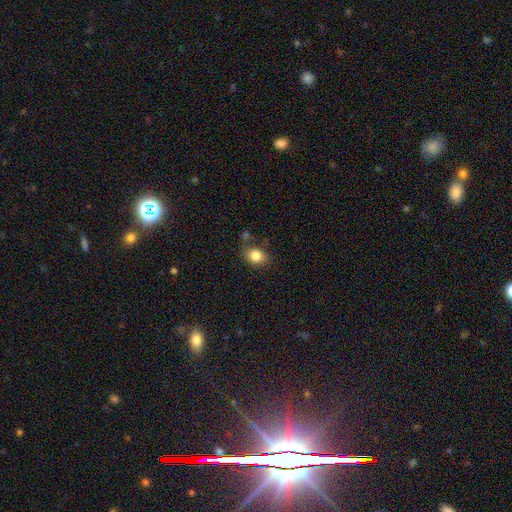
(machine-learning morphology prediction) Smooth or featured? smooth (83%)
How rounded? in between (59%)
Merging? none (71%)